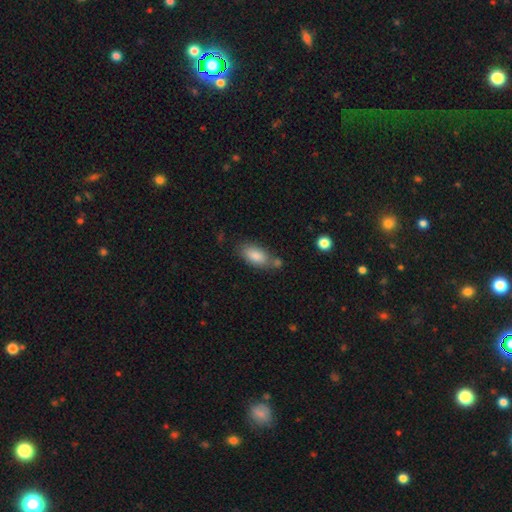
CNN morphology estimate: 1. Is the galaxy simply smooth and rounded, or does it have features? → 84% smooth, 10% featured or disk, 7% star or artifact.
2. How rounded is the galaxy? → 90% in between, 7% cigar-shaped, 3% round.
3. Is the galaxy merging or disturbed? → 57% none, 19% minor disturbance, 19% merger, 5% major disturbance.